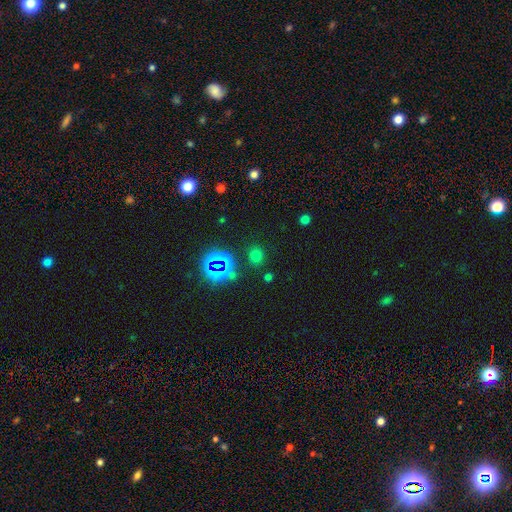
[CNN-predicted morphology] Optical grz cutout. It shows a smooth galaxy with no disk features (63%) that is round (80%). Merging: none (85%).